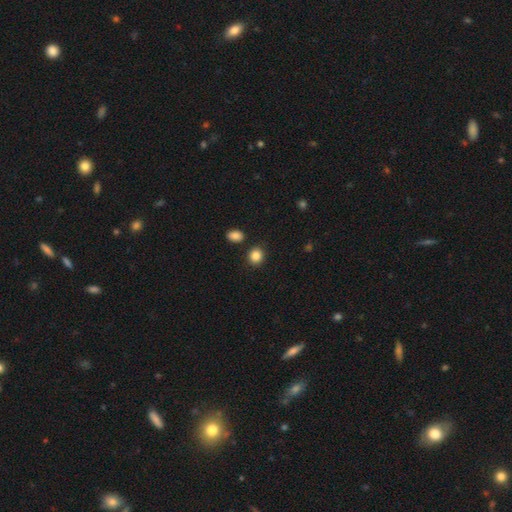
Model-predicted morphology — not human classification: smooth-or-featured: smooth: 86% | star or artifact: 10% | featured or disk: 4%
  how-rounded: round: 79% | in between: 20% | cigar-shaped: 1%
  merging: none: 86% | minor disturbance: 7% | merger: 4% | major disturbance: 2%